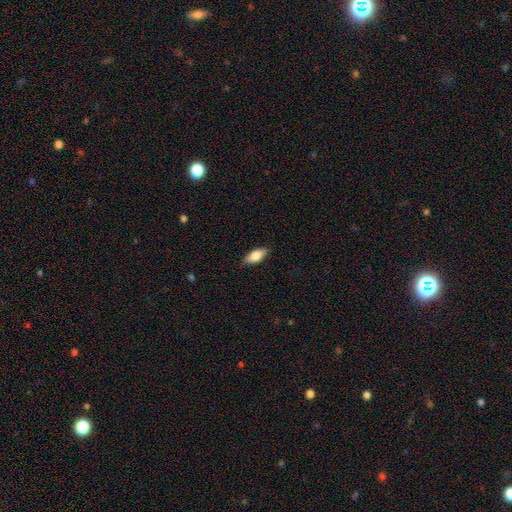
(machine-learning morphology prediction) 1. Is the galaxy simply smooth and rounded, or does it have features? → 74% smooth, 20% featured or disk, 6% star or artifact.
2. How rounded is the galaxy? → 78% in between, 19% cigar-shaped, 3% round.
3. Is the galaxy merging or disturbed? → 87% none, 10% minor disturbance, 2% major disturbance, 1% merger.